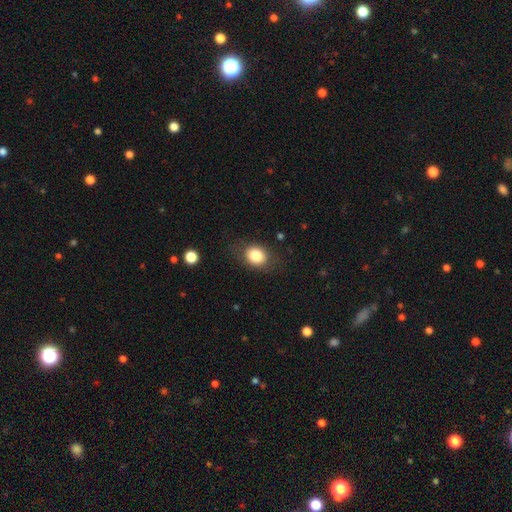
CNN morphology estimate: smooth-or-featured: smooth: 82% | star or artifact: 9% | featured or disk: 9%
  how-rounded: round: 53% | in between: 46% | cigar-shaped: 1%
  merging: none: 79% | minor disturbance: 14% | major disturbance: 5% | merger: 1%